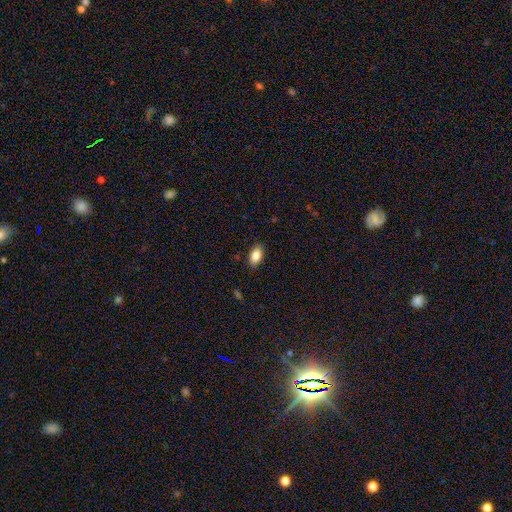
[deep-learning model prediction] smooth 84%, featured or disk 8%, star or artifact 8%. Down the decision tree: how rounded — in between (90%); merging — none (86%).